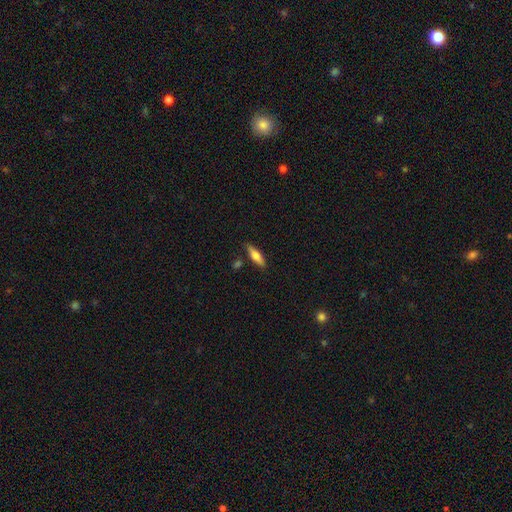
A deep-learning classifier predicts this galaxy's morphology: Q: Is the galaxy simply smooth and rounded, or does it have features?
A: smooth — 67%.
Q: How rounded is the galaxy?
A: cigar-shaped — 58%.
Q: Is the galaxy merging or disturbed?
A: none — 80%.